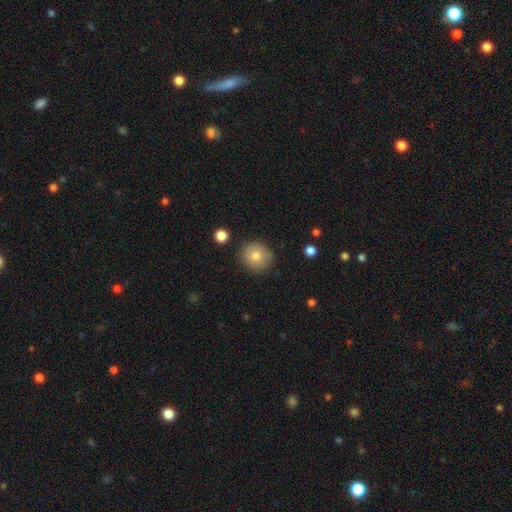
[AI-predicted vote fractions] Smooth or featured: smooth — 79% (featured or disk — 12%)
How rounded: round — 92% (in between — 7%)
Merging: none — 87% (minor disturbance — 9%)